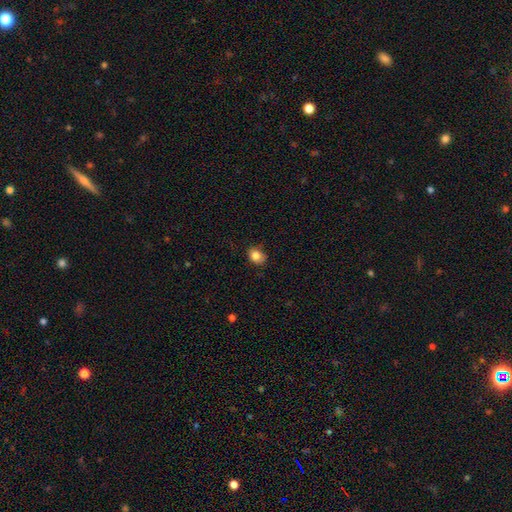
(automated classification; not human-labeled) Smooth or featured? Predicted: smooth (p=0.85). How rounded? Predicted: in between (p=0.56). Merging? Predicted: none (p=0.79).